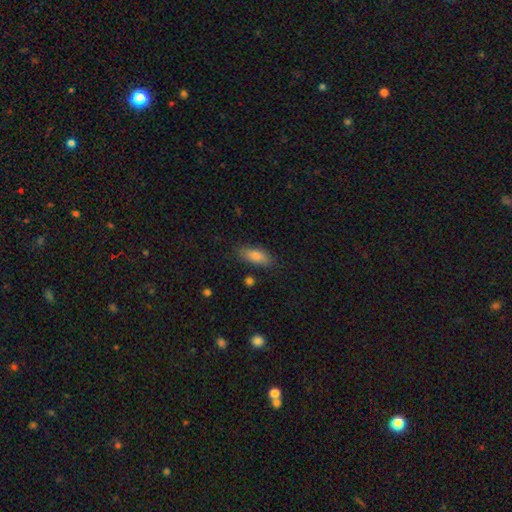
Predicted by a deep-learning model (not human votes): Overall: smooth (81%). How rounded: in between (75%). Merging: none (83%).